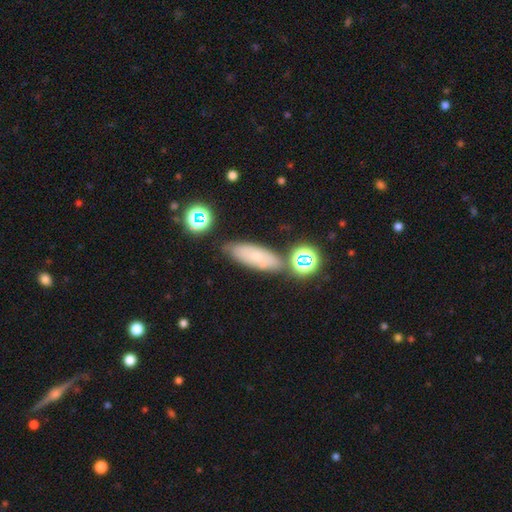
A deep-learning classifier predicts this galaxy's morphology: Smooth or featured?
  - smooth: 61% *
  - featured or disk: 21%
  - star or artifact: 17%
How rounded?
  - in between: 63% *
  - cigar-shaped: 32%
  - round: 5%
Merging?
  - none: 70% *
  - minor disturbance: 16%
  - merger: 9%
  - major disturbance: 5%